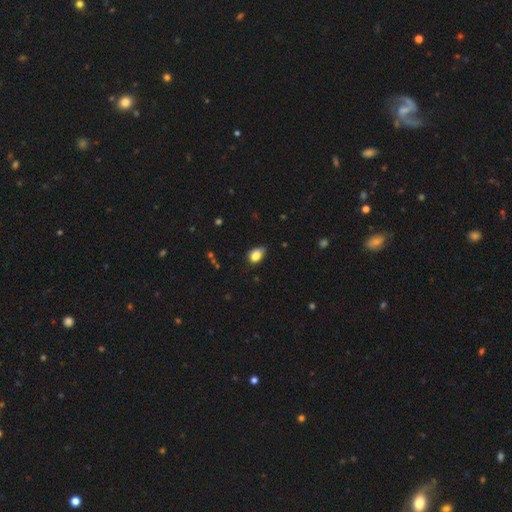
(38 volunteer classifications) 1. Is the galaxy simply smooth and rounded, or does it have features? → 87% smooth, 8% star or artifact, 5% featured or disk.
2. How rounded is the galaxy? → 82% in between, 18% round, 0% cigar-shaped.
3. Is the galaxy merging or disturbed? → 51% minor disturbance, 46% none, 3% merger, 0% major disturbance.